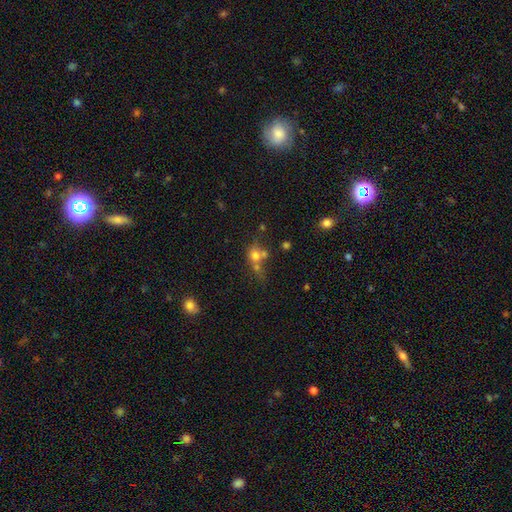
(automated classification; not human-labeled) Overall: smooth (67%). How rounded: round (71%). Merging: merger (49%; none 32%).